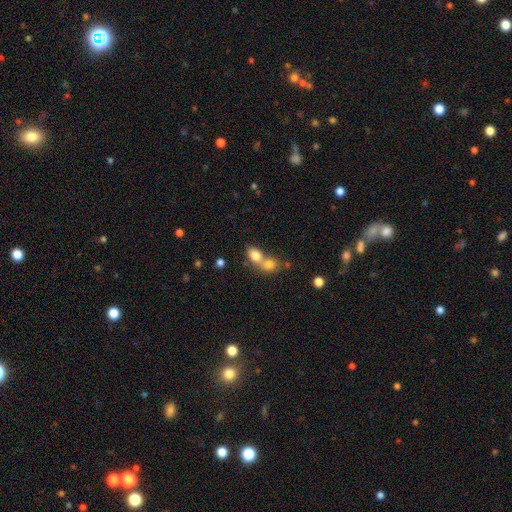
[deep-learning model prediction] This is likely a smooth galaxy (79%). How rounded: likely in between (63%). Merging: likely merger (68%).